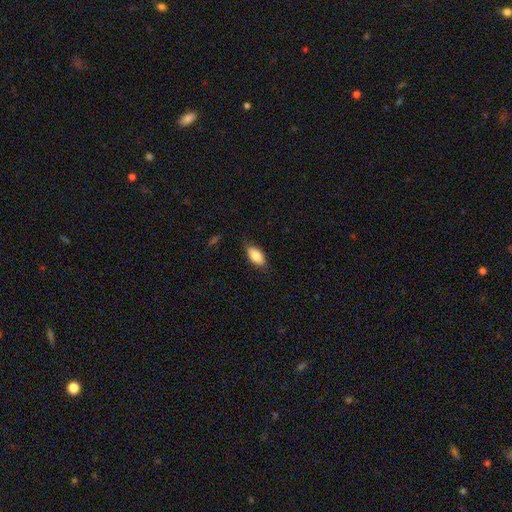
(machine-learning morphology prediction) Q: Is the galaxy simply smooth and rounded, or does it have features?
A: smooth — 84%.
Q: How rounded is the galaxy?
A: in between — 91%.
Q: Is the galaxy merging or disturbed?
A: none — 83%.